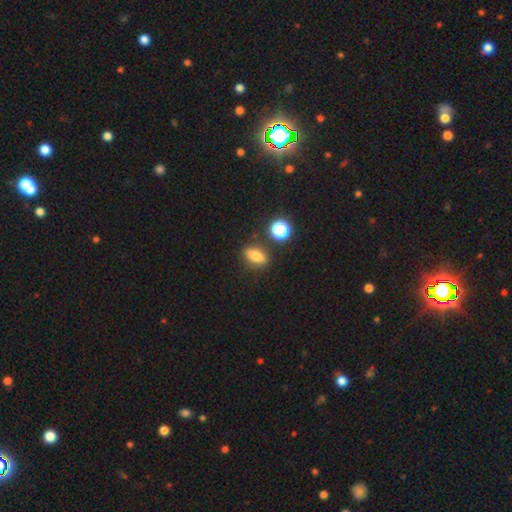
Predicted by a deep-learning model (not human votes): Smooth or featured?
  - smooth: 76% *
  - star or artifact: 12%
  - featured or disk: 12%
How rounded?
  - in between: 62% *
  - cigar-shaped: 24%
  - round: 14%
Merging?
  - none: 82% *
  - minor disturbance: 10%
  - merger: 4%
  - major disturbance: 3%